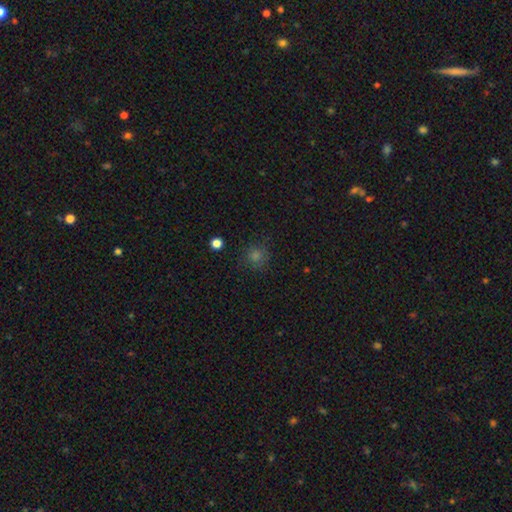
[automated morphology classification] Smooth or featured: smooth — 66% (star or artifact — 27%)
How rounded: round — 92% (in between — 7%)
Merging: none — 85% (minor disturbance — 10%)